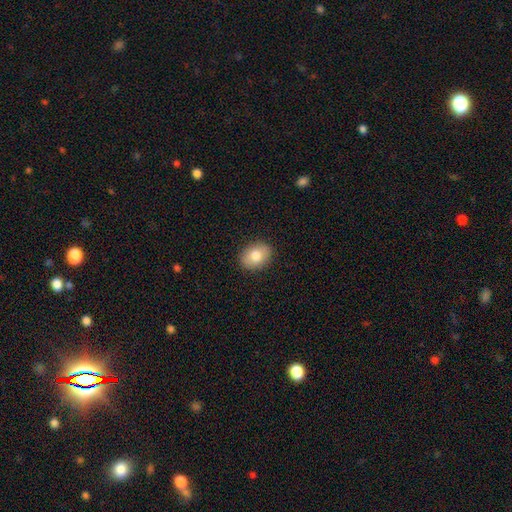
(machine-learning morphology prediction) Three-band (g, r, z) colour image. It shows a smooth galaxy with no disk features (79%) that is in between round and cigar-shaped (67%). Merging: none (89%).